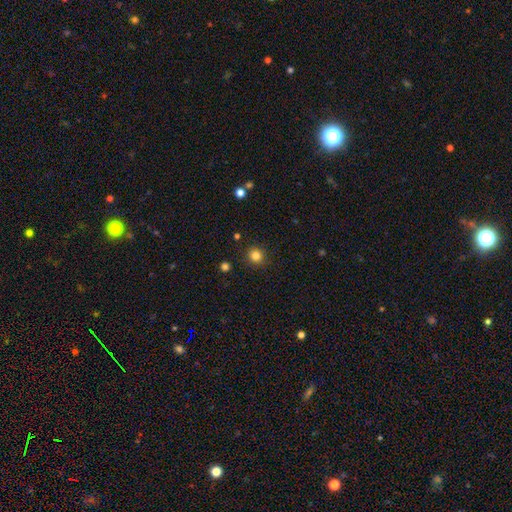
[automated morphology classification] A smooth galaxy with no disk features (82%) that is round (91%). Merging: none (91%).